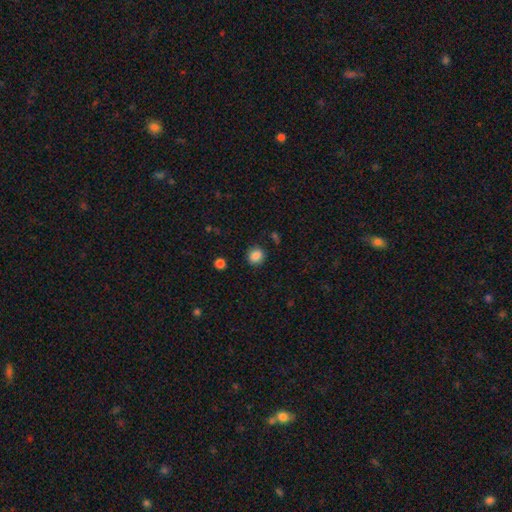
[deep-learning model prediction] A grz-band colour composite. It shows a smooth galaxy with no disk features (86%) that is round (86%). Merging: none (88%).